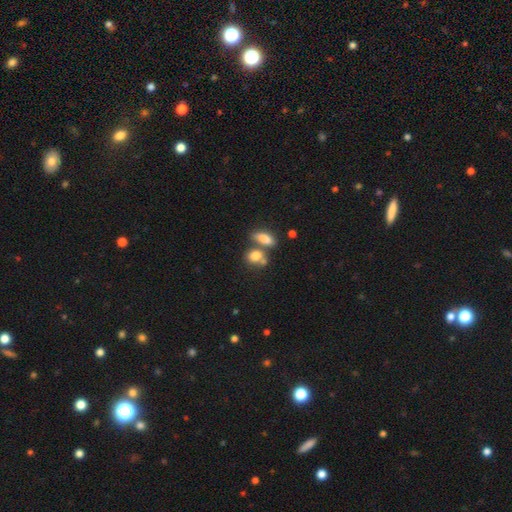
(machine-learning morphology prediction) Q: Smooth or featured?
A: smooth (81%); runner-up: featured or disk (10%)
Q: How rounded?
A: in between (59%); runner-up: round (36%)
Q: Merging?
A: none (43%); runner-up: merger (41%)